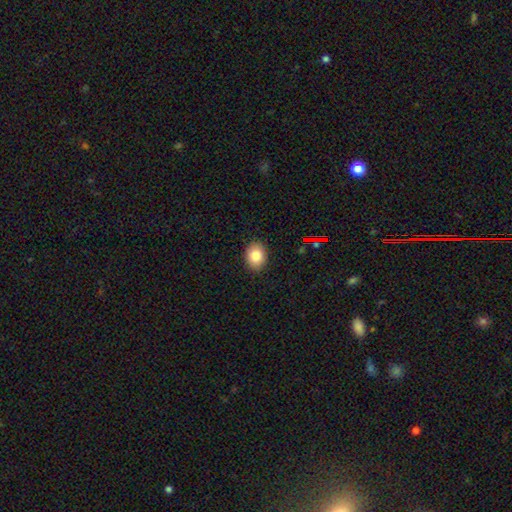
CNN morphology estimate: smooth 84%, star or artifact 9%, featured or disk 7%. Down the decision tree: how rounded — in between (66%); merging — none (88%).